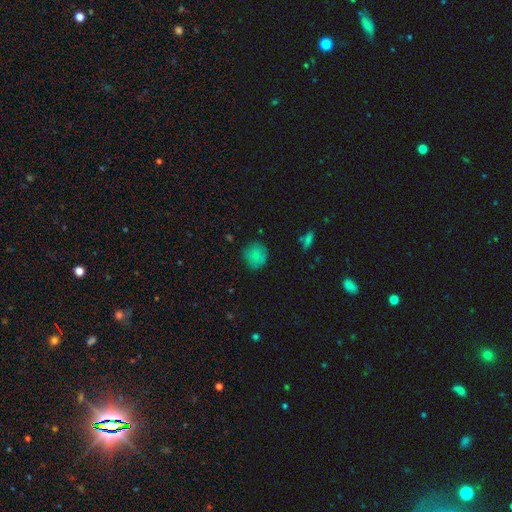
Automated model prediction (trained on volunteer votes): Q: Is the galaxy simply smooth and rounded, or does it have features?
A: smooth — 75%.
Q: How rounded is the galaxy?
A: round — 89%.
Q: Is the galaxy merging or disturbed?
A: none — 83%.